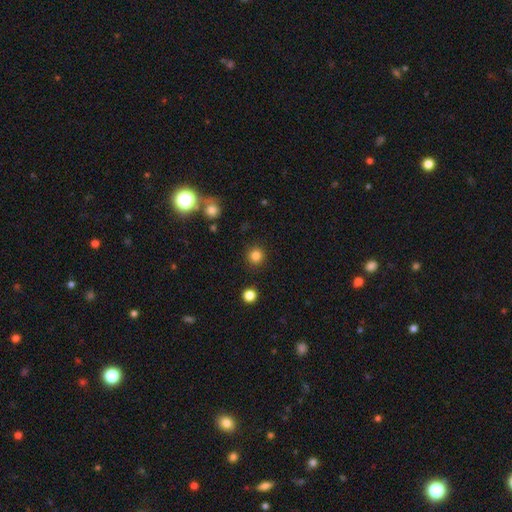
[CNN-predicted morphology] smooth-or-featured: smooth: 83% | star or artifact: 13% | featured or disk: 4%
  how-rounded: round: 94% | in between: 6% | cigar-shaped: 1%
  merging: none: 90% | minor disturbance: 6% | major disturbance: 2% | merger: 2%